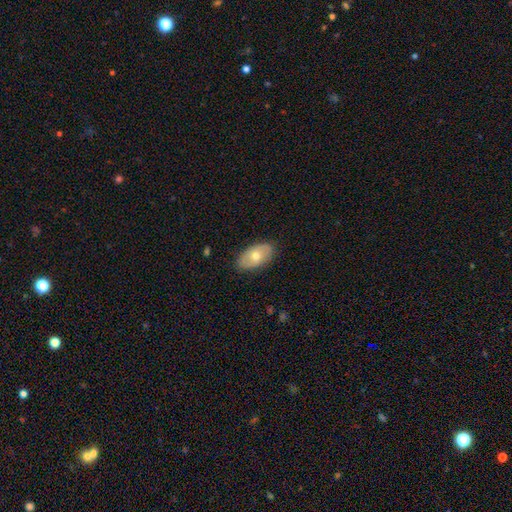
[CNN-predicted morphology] The model was most divided on "smooth or featured": smooth: 60%, featured or disk: 34%, star or artifact: 6%. More confident: how rounded — in between (93%); merging — none (84%).